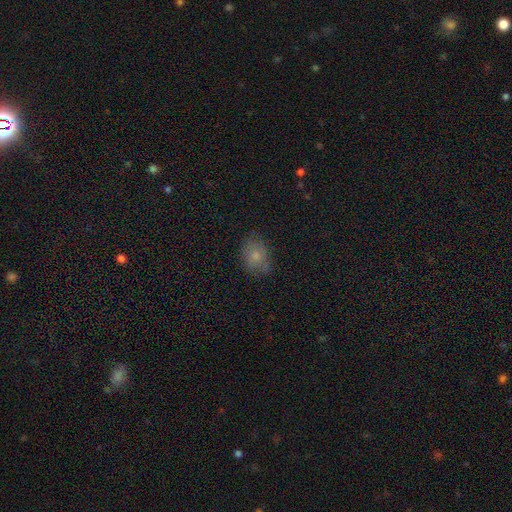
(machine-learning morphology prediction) This is likely a smooth galaxy (75%). How rounded: likely in between (66%). Merging: likely none (71%).